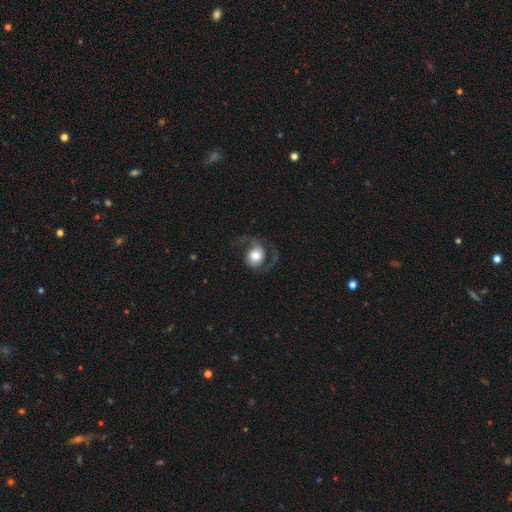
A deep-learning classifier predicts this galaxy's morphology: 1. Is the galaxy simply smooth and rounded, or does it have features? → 60% featured or disk, 33% smooth, 7% star or artifact.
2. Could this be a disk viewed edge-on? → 97% no, 3% yes.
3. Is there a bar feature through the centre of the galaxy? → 68% no, 24% weak, 8% strong.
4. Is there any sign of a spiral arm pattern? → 86% yes, 14% no.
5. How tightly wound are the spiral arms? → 48% loose, 41% medium, 11% tight.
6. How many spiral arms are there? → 77% 2, 16% 1, 4% can't tell, 1% 3, 1% 4, 1% more than 4.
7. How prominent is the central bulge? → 44% moderate, 38% large, 10% dominant, 7% small, 2% none.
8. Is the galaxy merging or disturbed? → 53% none, 28% major disturbance, 16% minor disturbance, 2% merger.